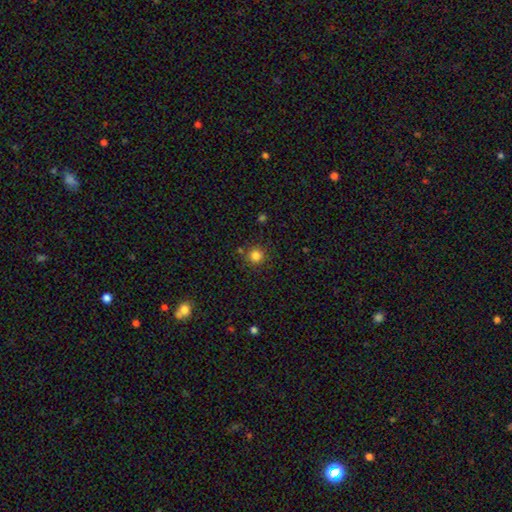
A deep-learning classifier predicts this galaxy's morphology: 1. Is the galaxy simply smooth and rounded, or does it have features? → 83% smooth, 13% star or artifact, 4% featured or disk.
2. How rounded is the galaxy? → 94% round, 5% in between, 1% cigar-shaped.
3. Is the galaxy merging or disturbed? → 84% none, 8% minor disturbance, 5% merger, 3% major disturbance.